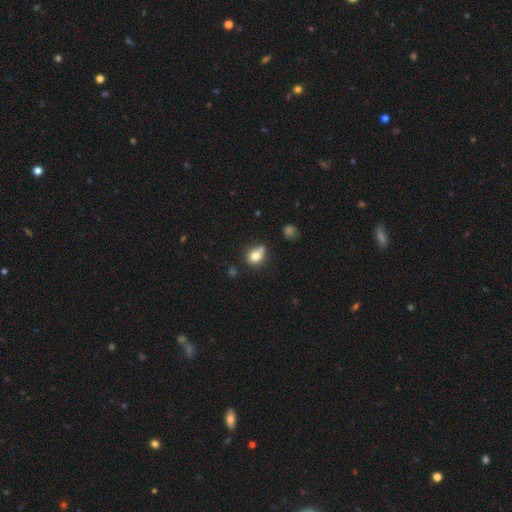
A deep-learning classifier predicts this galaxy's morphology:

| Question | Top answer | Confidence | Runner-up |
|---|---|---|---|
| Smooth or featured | smooth | 78% | star or artifact (11%) |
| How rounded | round | 61% | in between (38%) |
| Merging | none | 55% | merger (22%) |